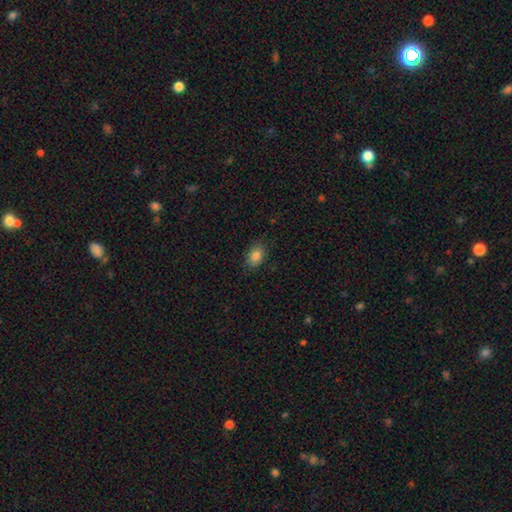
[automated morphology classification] smooth_or_featured: smooth (p=0.86) [alt: star or artifact p=0.09]
how_rounded: in between (p=0.82) [alt: round p=0.17]
merging: none (p=0.84) [alt: minor disturbance p=0.12]